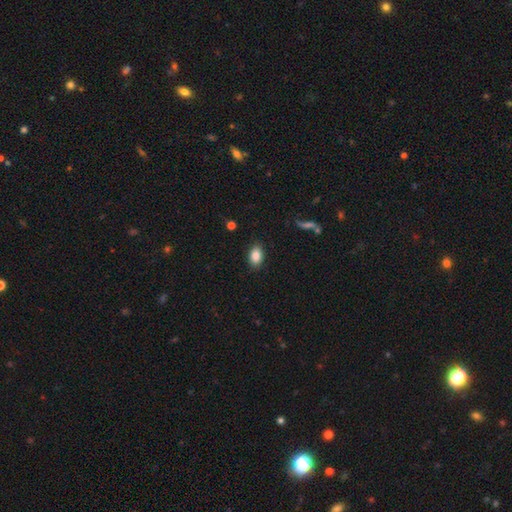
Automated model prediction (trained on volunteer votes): smooth-or-featured: smooth: 86% | star or artifact: 8% | featured or disk: 6%
  how-rounded: in between: 89% | round: 10% | cigar-shaped: 2%
  merging: none: 88% | minor disturbance: 9% | major disturbance: 2% | merger: 1%